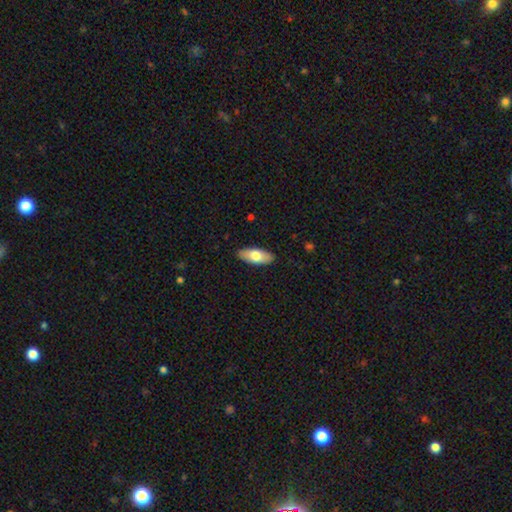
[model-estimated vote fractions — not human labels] This is likely a smooth galaxy (72%). How rounded: clearly in between (84%). Merging: clearly none (89%).